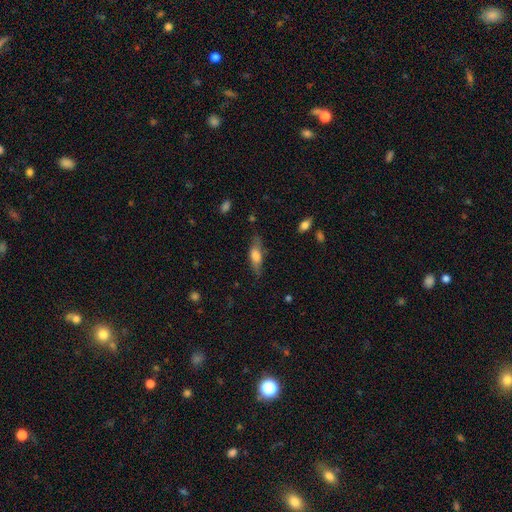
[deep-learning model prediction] A smooth galaxy with no disk features (61%) that is in between round and cigar-shaped (53%). Merging: none (74%).